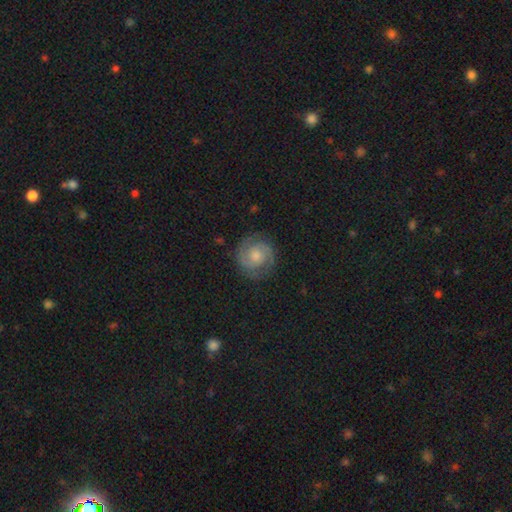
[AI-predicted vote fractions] smooth-or-featured: featured or disk: 79% | smooth: 14% | star or artifact: 7%
  disk-edge-on: no: 98% | yes: 2%
    bar: no: 63% | weak: 32% | strong: 5%
    has-spiral-arms: yes: 97% | no: 3%
      spiral-winding: tight: 56% | medium: 37% | loose: 7%
      spiral-arm-count: 2: 90% | can't tell: 4% | 3: 3% | 1: 1% | 4: 1% | more than 4: 1%
    bulge-size: moderate: 44% | small: 40% | none: 9% | large: 5% | dominant: 1%
  merging: none: 84% | minor disturbance: 12% | major disturbance: 4% | merger: 1%